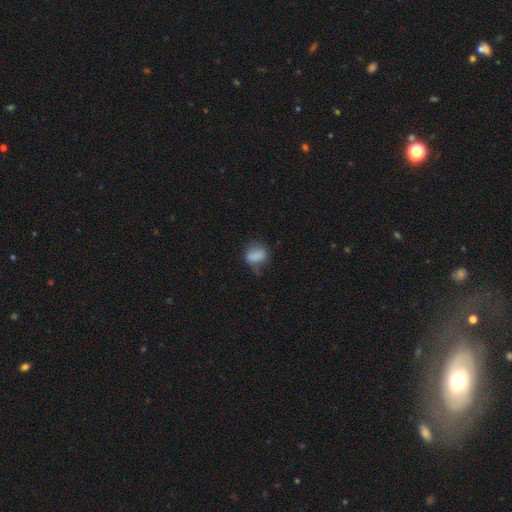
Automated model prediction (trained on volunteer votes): Morphology: type=smooth (78%); roundness=in between (68%); merging=none (46%).